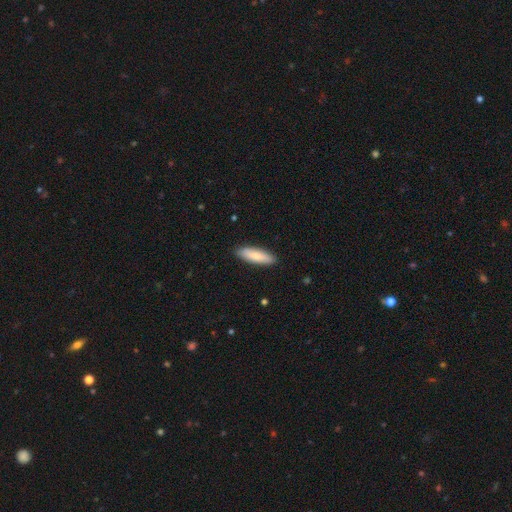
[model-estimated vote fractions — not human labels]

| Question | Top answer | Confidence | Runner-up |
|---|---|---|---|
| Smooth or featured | smooth | 81% | featured or disk (14%) |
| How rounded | cigar-shaped | 56% | in between (42%) |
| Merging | none | 89% | minor disturbance (8%) |